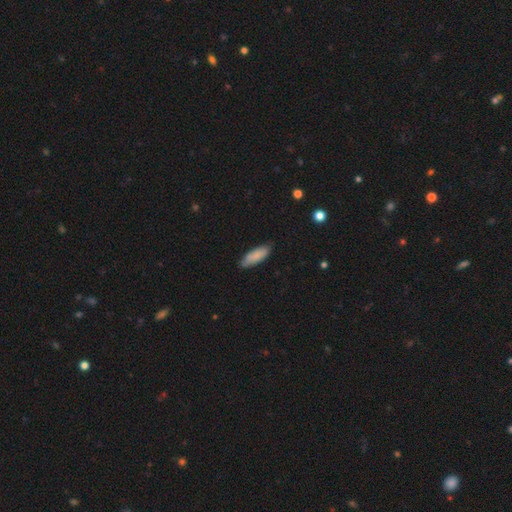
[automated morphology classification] Smooth or featured: smooth — 85% (featured or disk — 9%)
How rounded: in between — 59% (cigar-shaped — 39%)
Merging: none — 81% (minor disturbance — 16%)